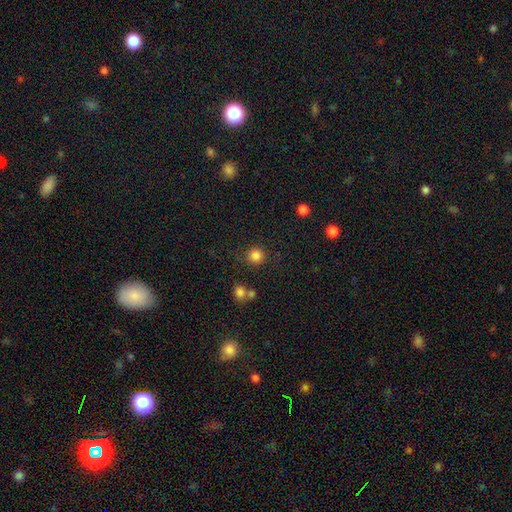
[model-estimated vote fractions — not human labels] A smooth galaxy with no disk features (84%) that is round (93%). Merging: none (84%).